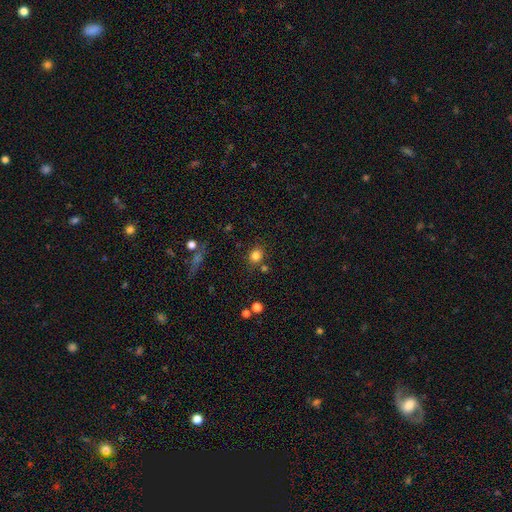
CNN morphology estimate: A smooth galaxy with no disk features (81%) that is round (69%). Merging: none (76%).